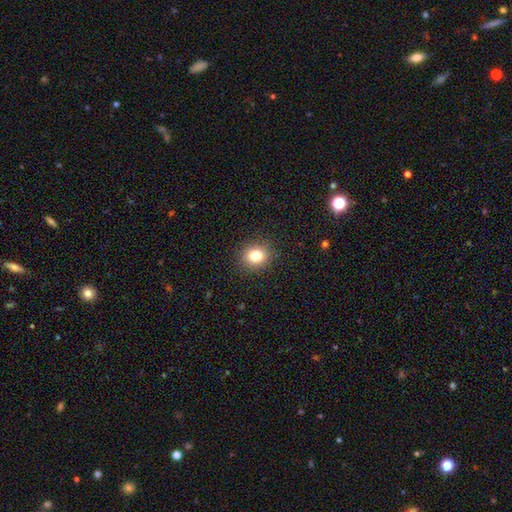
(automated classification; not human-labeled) Overall: smooth (81%). How rounded: round (76%). Merging: none (90%).